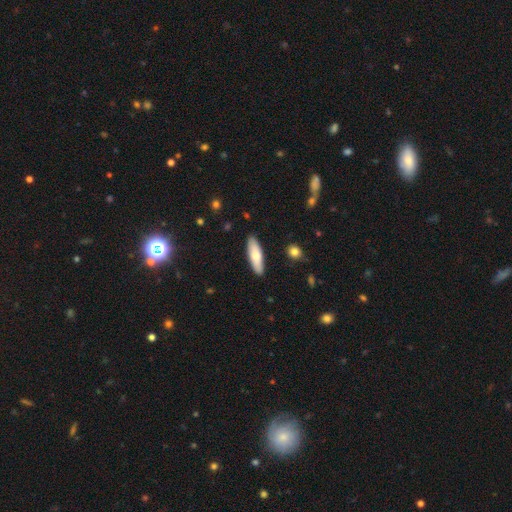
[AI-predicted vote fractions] Smooth or featured: smooth — 71% (featured or disk — 23%)
How rounded: cigar-shaped — 53% (in between — 45%)
Merging: none — 89% (minor disturbance — 8%)